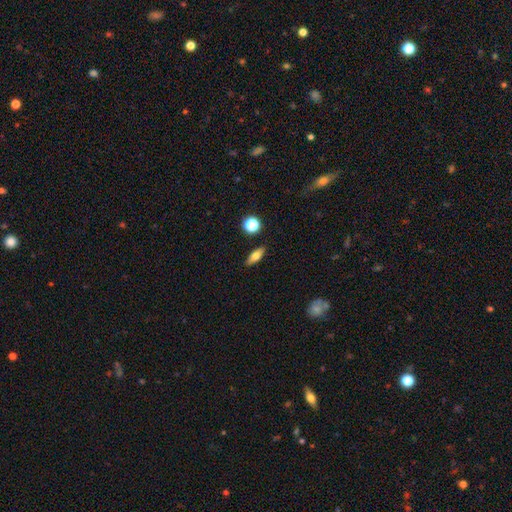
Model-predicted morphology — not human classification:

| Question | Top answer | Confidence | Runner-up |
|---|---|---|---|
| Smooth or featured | smooth | 64% | featured or disk (26%) |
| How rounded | in between | 68% | cigar-shaped (25%) |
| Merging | none | 87% | minor disturbance (9%) |